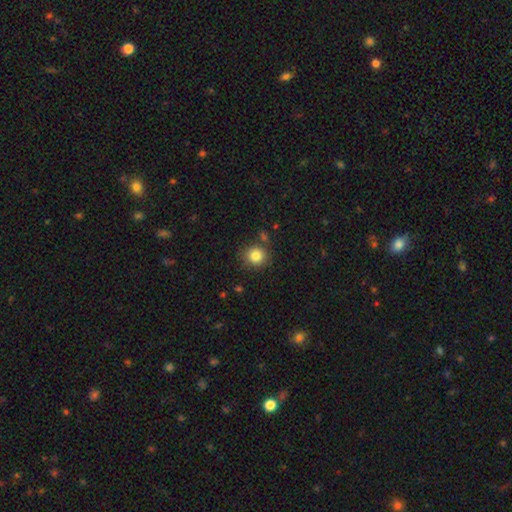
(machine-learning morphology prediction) type=smooth (84%); roundness=round (89%); merging=none (80%).